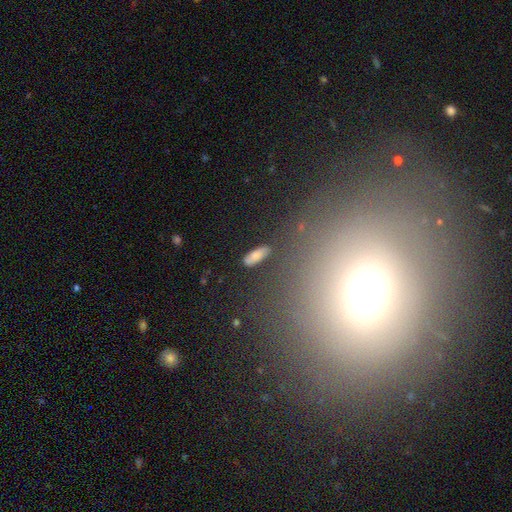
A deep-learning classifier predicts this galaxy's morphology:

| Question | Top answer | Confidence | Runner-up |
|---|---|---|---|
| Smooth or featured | smooth | 75% | featured or disk (16%) |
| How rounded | in between | 71% | cigar-shaped (26%) |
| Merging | none | 79% | minor disturbance (13%) |